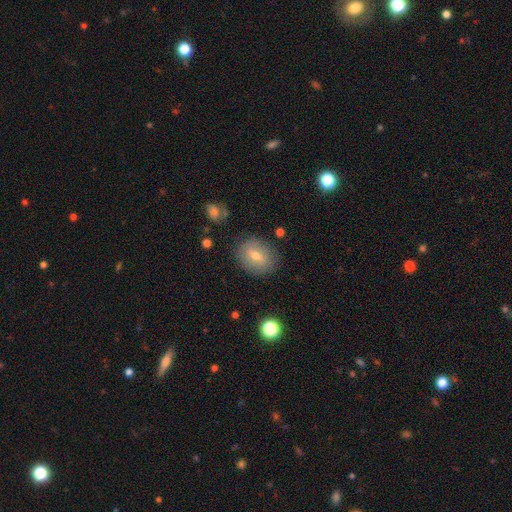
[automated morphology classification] This appears to be a smooth galaxy with no disk features (59%) that is round (50%). Merging: none (84%).